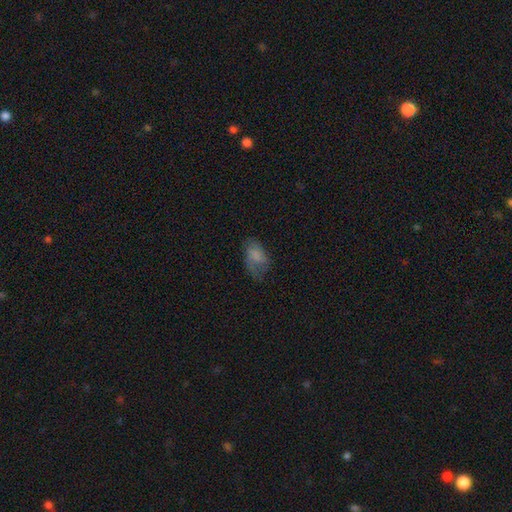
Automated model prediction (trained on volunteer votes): Smooth or featured? smooth (69%)
How rounded? in between (91%)
Merging? none (43%)